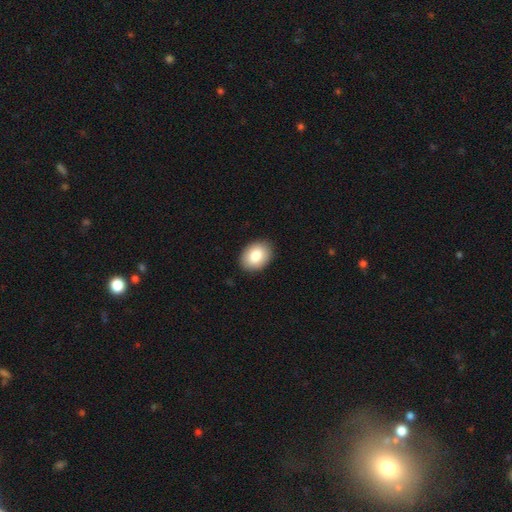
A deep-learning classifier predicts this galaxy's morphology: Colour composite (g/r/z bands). It shows a smooth galaxy with no disk features (85%) that is in between round and cigar-shaped (73%). Merging: none (90%).